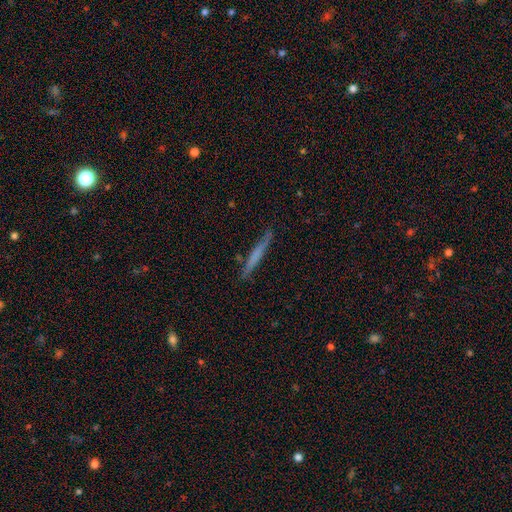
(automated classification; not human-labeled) This is possibly a smooth galaxy (54%). How rounded: clearly cigar-shaped (96%). Merging: clearly none (83%).